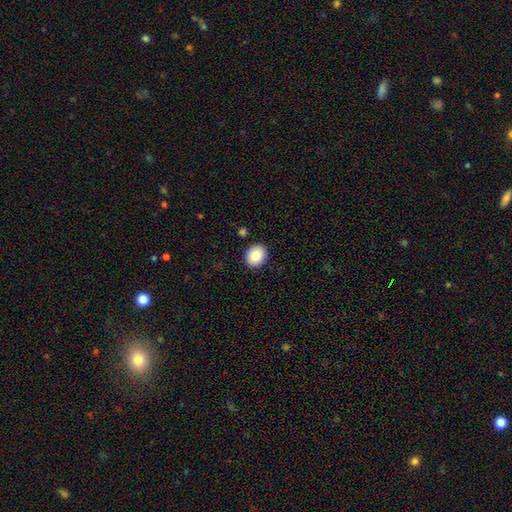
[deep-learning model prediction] Smooth or featured?
  - smooth: 85% *
  - star or artifact: 8%
  - featured or disk: 7%
How rounded?
  - round: 66% *
  - in between: 33%
  - cigar-shaped: 1%
Merging?
  - none: 90% *
  - minor disturbance: 7%
  - major disturbance: 2%
  - merger: 2%